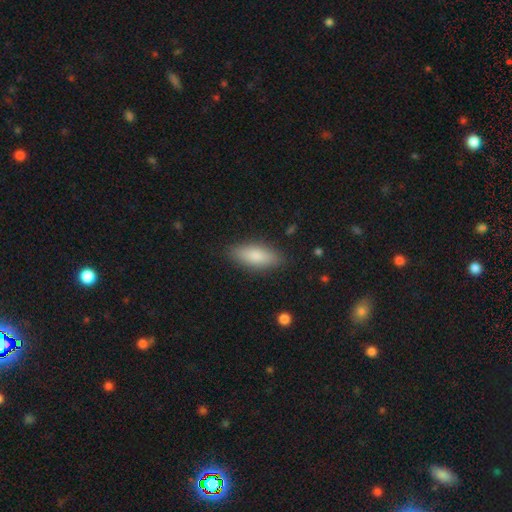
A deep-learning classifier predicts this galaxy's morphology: This appears to be a smooth galaxy with no disk features (81%) that is in between round and cigar-shaped (74%). Merging: none (86%).